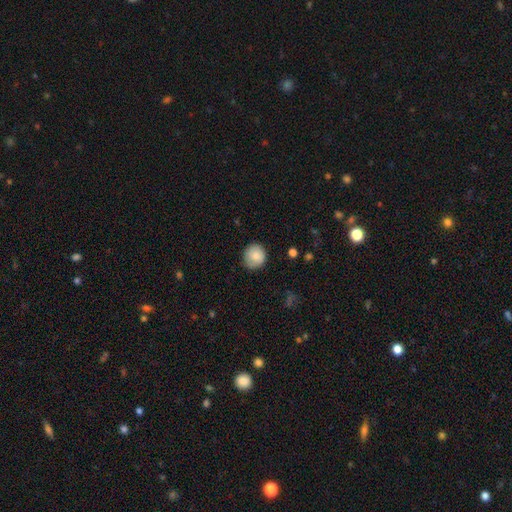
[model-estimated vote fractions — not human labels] smooth-or-featured: smooth: 79% | featured or disk: 14% | star or artifact: 7%
  how-rounded: round: 87% | in between: 12% | cigar-shaped: 1%
  merging: none: 78% | minor disturbance: 17% | major disturbance: 4% | merger: 1%